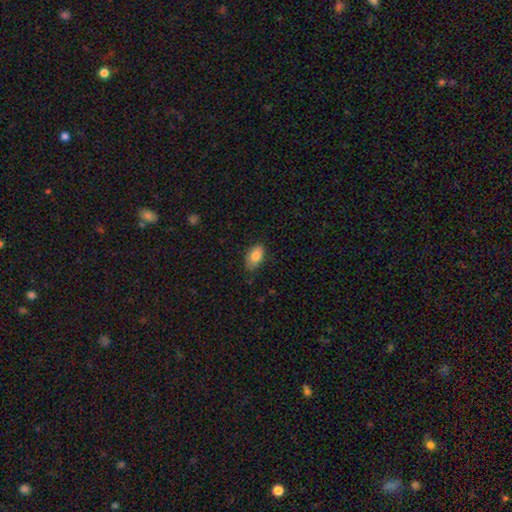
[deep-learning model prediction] Smooth or featured: smooth — 83% (featured or disk — 10%)
How rounded: in between — 91% (round — 7%)
Merging: none — 75% (minor disturbance — 21%)